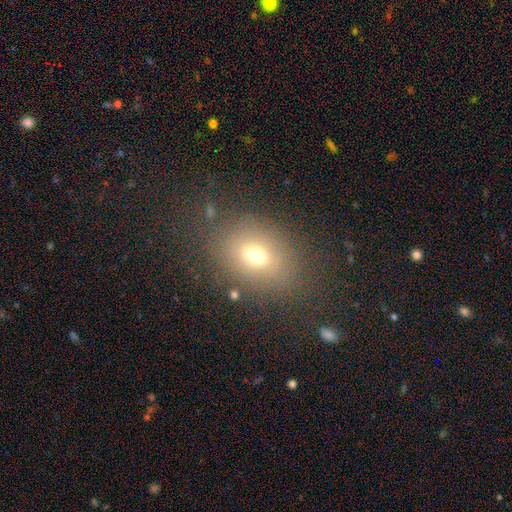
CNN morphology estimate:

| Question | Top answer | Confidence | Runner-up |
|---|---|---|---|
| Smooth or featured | smooth | 67% | featured or disk (18%) |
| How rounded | in between | 74% | round (24%) |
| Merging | none | 75% | minor disturbance (14%) |